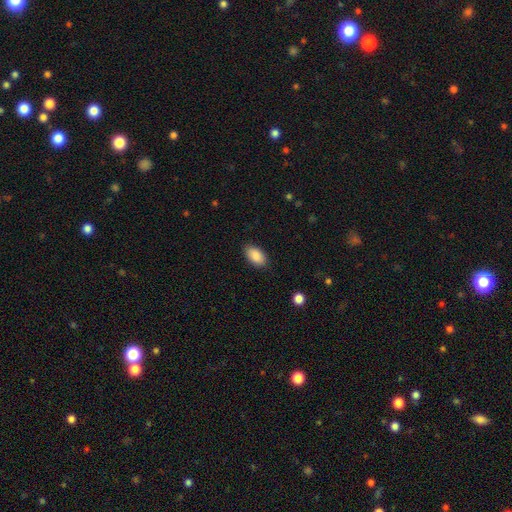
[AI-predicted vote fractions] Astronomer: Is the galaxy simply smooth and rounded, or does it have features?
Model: smooth — 89%.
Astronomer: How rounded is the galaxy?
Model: in between — 95%.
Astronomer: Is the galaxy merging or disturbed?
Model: none — 87%.